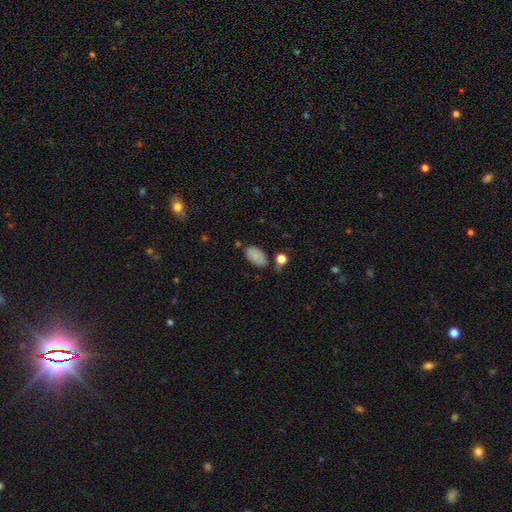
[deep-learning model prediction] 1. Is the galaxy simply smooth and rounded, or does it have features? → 87% smooth, 8% star or artifact, 5% featured or disk.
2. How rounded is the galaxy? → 94% in between, 4% round, 2% cigar-shaped.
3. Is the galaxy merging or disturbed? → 69% none, 19% minor disturbance, 7% merger, 5% major disturbance.